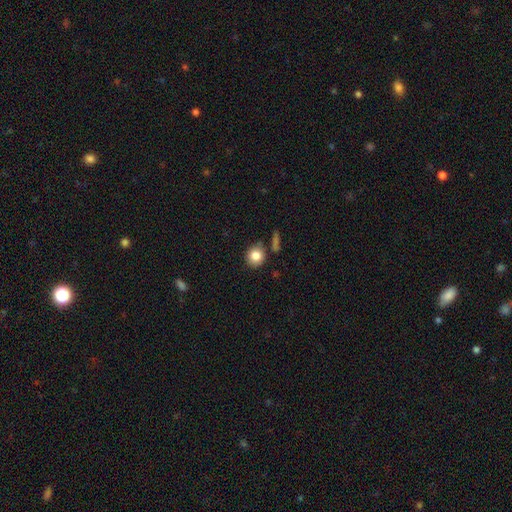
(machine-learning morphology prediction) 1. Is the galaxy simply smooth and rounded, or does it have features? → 83% smooth, 9% star or artifact, 8% featured or disk.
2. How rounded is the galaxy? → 84% round, 15% in between, 1% cigar-shaped.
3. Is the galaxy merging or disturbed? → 76% none, 14% minor disturbance, 7% merger, 4% major disturbance.